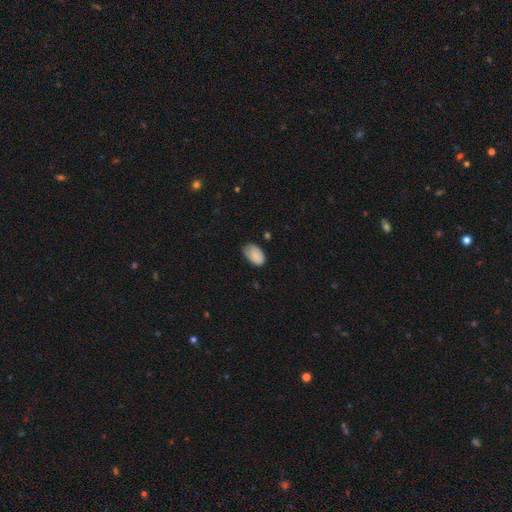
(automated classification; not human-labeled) Smooth or featured? smooth (82%)
How rounded? in between (92%)
Merging? none (59%)